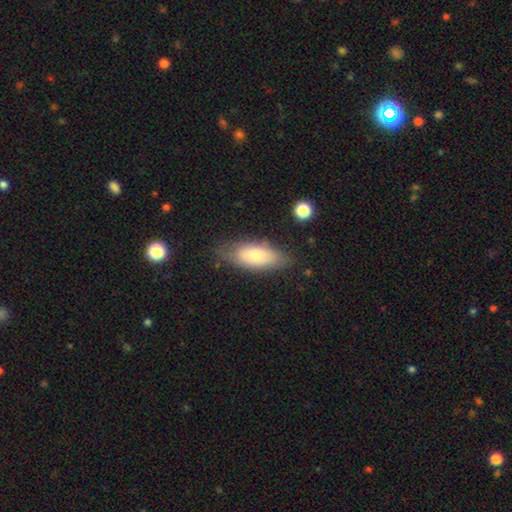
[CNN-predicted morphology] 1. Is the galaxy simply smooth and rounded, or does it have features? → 66% smooth, 27% featured or disk, 7% star or artifact.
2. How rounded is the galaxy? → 83% in between, 15% cigar-shaped, 3% round.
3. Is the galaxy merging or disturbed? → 69% none, 23% minor disturbance, 7% major disturbance, 2% merger.